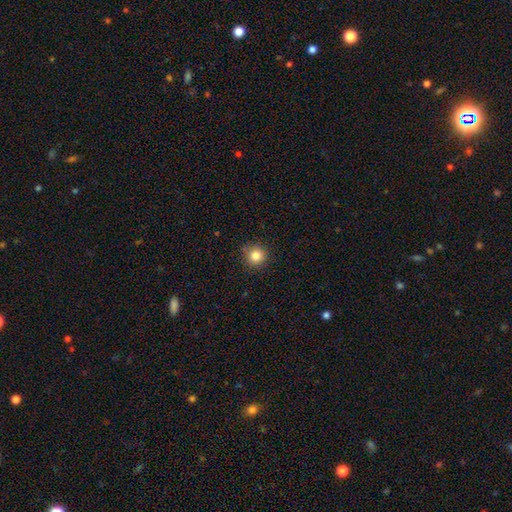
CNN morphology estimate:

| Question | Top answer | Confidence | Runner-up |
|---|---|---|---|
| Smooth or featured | smooth | 84% | star or artifact (11%) |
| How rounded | round | 94% | in between (5%) |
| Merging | none | 89% | minor disturbance (8%) |